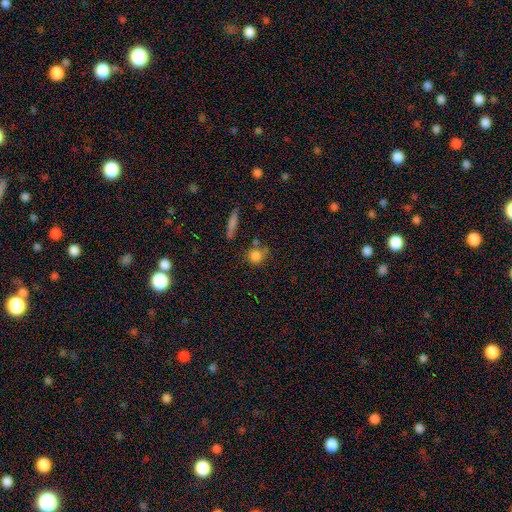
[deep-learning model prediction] A smooth galaxy with no disk features (80%) that is round (77%).

Vote fractions:
- Smooth or featured? smooth: 80% / star or artifact: 10% / featured or disk: 10%
- How rounded? round: 77% / in between: 18% / cigar-shaped: 5%
- Merging? none: 62% / minor disturbance: 19% / merger: 12% / major disturbance: 7%